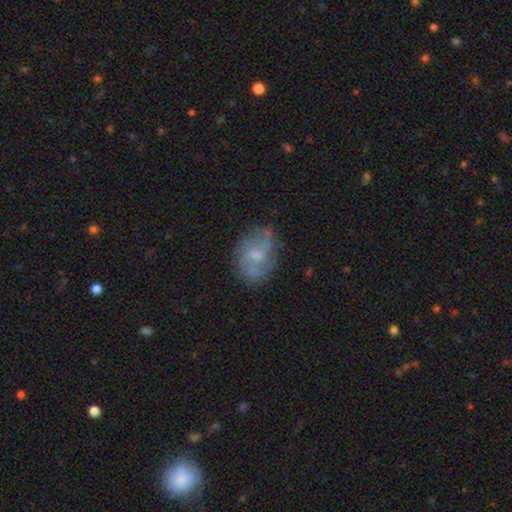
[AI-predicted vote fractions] smooth-or-featured: featured or disk: 64% | smooth: 28% | star or artifact: 8%
  disk-edge-on: no: 97% | yes: 3%
    bar: no: 48% | weak: 45% | strong: 7%
    has-spiral-arms: yes: 78% | no: 22%
    bulge-size: small: 45% | moderate: 36% | none: 15% | large: 3% | dominant: 1%
  merging: none: 62% | minor disturbance: 23% | major disturbance: 12% | merger: 3%